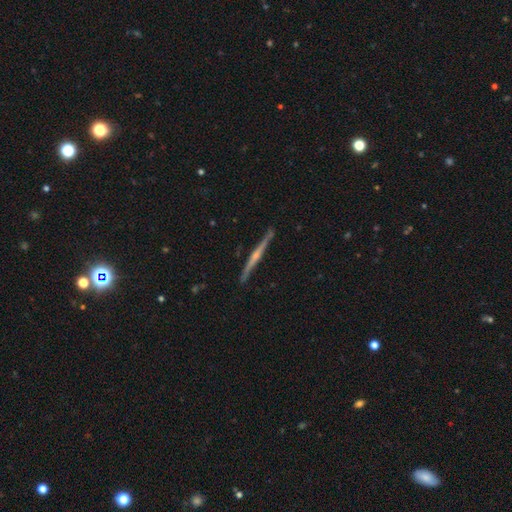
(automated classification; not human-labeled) This appears to be a featured or disk galaxy (79%) viewed edge-on (98%) with a rounded central bulge (70%). Merging: none (90%).